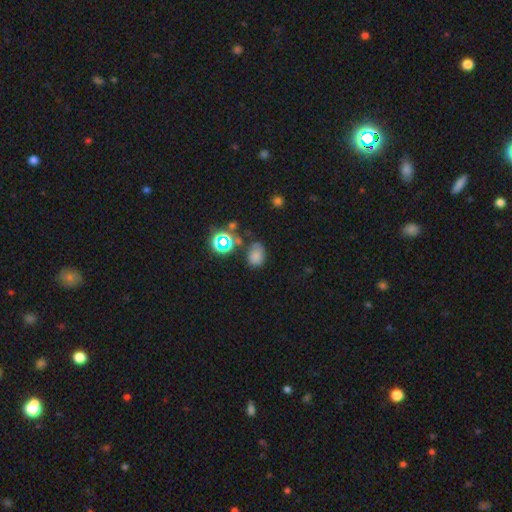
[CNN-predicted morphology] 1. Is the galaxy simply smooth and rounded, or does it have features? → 66% smooth, 24% star or artifact, 10% featured or disk.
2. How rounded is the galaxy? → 65% in between, 34% round, 1% cigar-shaped.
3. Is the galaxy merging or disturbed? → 54% none, 25% minor disturbance, 11% major disturbance, 10% merger.